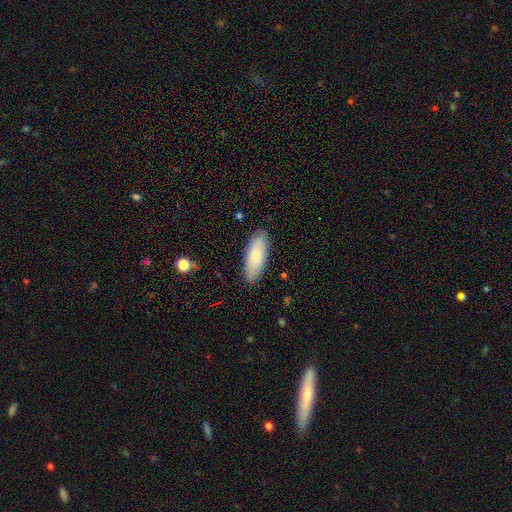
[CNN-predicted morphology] smooth_or_featured: smooth (p=0.80) [alt: featured or disk p=0.14]
how_rounded: in between (p=0.71) [alt: cigar-shaped p=0.27]
merging: none (p=0.88) [alt: minor disturbance p=0.09]